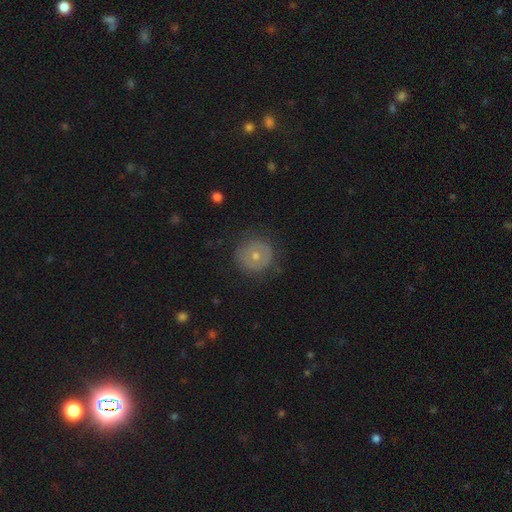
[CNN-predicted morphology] Smooth or featured: smooth — 51% (featured or disk — 40%)
How rounded: round — 93% (in between — 6%)
Merging: none — 80% (minor disturbance — 14%)